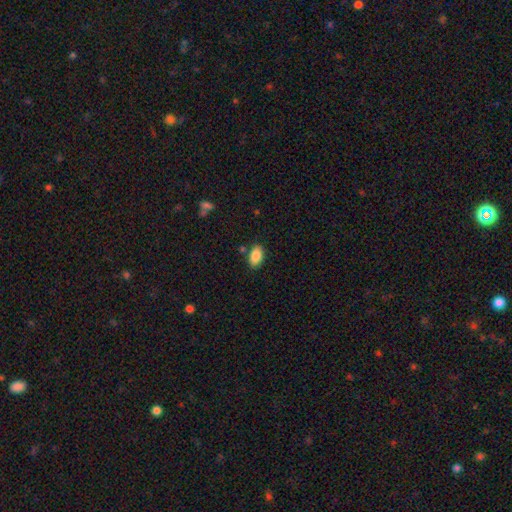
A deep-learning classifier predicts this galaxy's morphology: smooth-or-featured: smooth: 87% | star or artifact: 8% | featured or disk: 6%
  how-rounded: in between: 92% | round: 6% | cigar-shaped: 2%
  merging: none: 81% | minor disturbance: 12% | merger: 5% | major disturbance: 3%